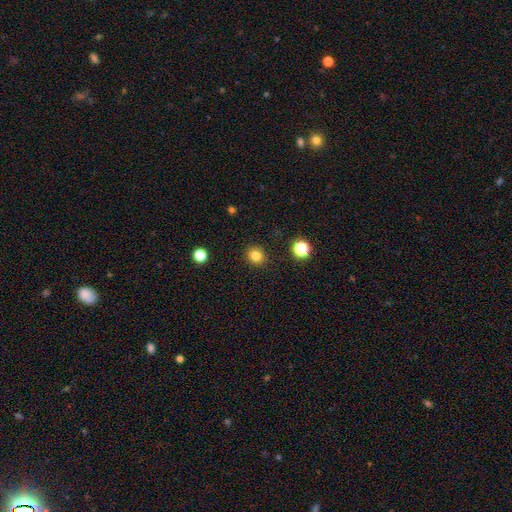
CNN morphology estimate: Overall: smooth (82%). How rounded: round (77%). Merging: none (90%).